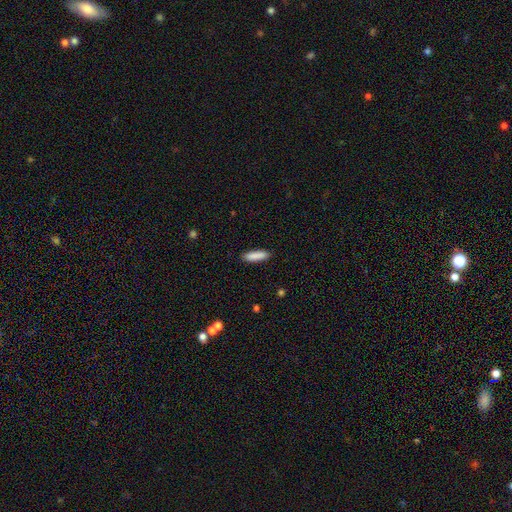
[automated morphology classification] Smooth or featured? smooth (88%)
How rounded? cigar-shaped (69%)
Merging? none (89%)